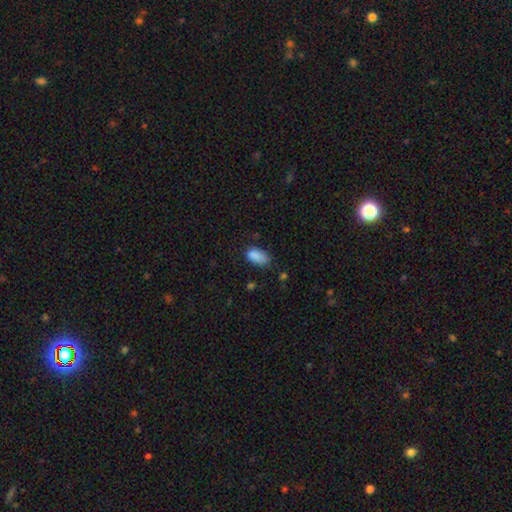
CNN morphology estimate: This is clearly a smooth galaxy (87%). How rounded: clearly in between (92%). Merging: possibly none (59%).